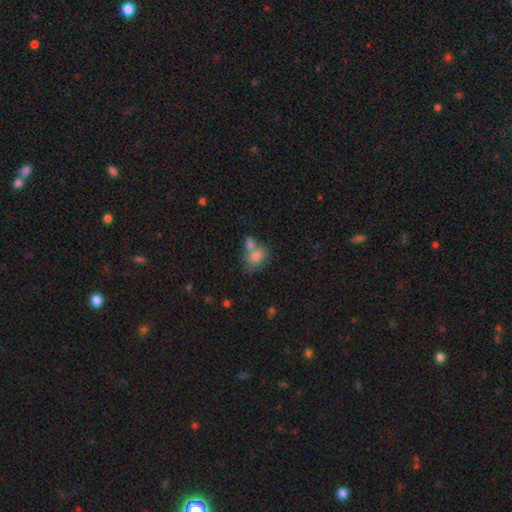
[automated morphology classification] type=smooth (79%); roundness=in between (61%); merging=merger (48%).